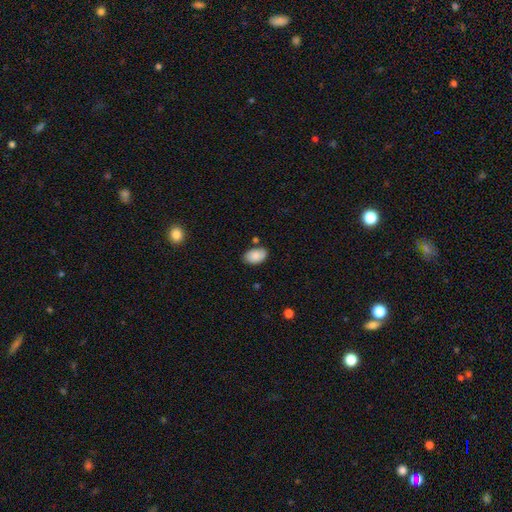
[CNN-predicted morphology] A smooth galaxy with no disk features (88%) that is in between round and cigar-shaped (92%). Merging: none (75%).